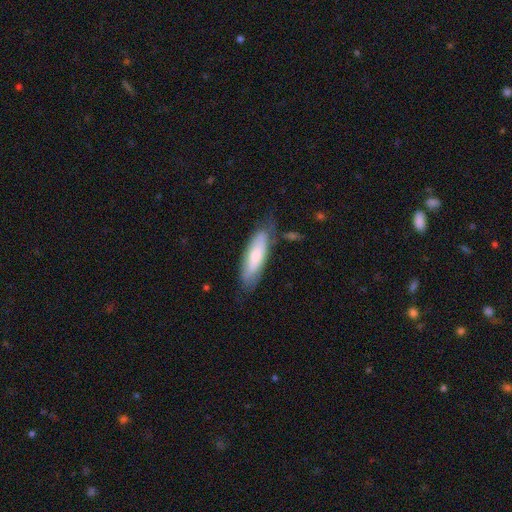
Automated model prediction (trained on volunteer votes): smooth_or_featured: smooth (p=0.66) [alt: featured or disk p=0.29]
how_rounded: cigar-shaped (p=0.51) [alt: in between p=0.48]
merging: none (p=0.64) [alt: minor disturbance p=0.24]